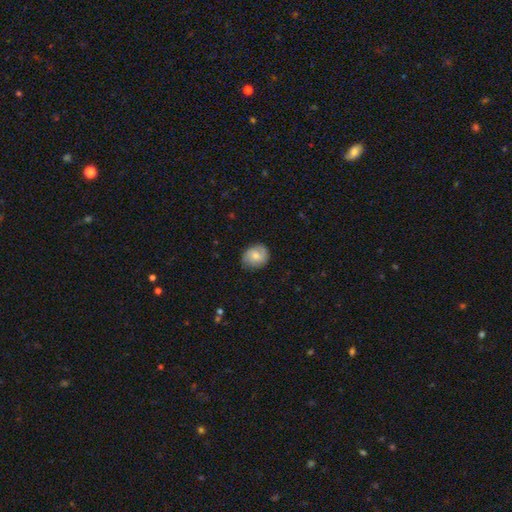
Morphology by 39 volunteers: Q: Smooth or featured?
A: smooth (62%); runner-up: featured or disk (36%)
Q: How rounded?
A: round (71%); runner-up: in between (29%)
Q: Merging?
A: none (74%); runner-up: minor disturbance (24%)